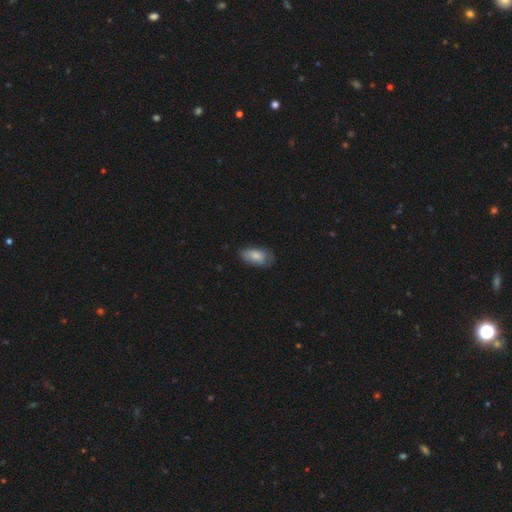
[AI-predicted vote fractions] A smooth galaxy with no disk features (78%) that is in between round and cigar-shaped (92%).

Vote fractions:
- Smooth or featured? smooth: 78% / featured or disk: 16% / star or artifact: 6%
- How rounded? in between: 92% / cigar-shaped: 5% / round: 4%
- Merging? none: 67% / minor disturbance: 26% / major disturbance: 6% / merger: 1%